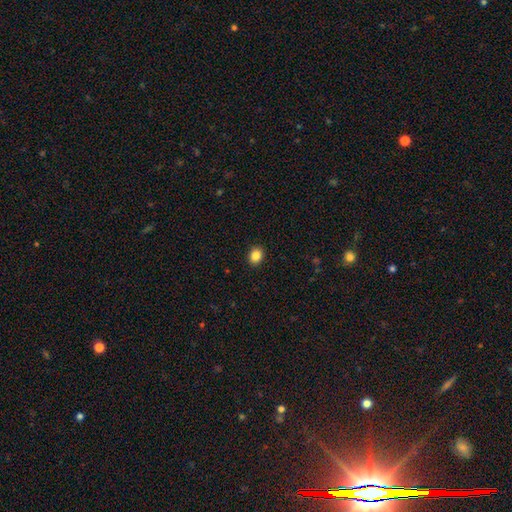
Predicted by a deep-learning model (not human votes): smooth-or-featured: smooth: 86% | star or artifact: 10% | featured or disk: 4%
  how-rounded: round: 58% | in between: 41% | cigar-shaped: 1%
  merging: none: 91% | minor disturbance: 6% | major disturbance: 2% | merger: 1%